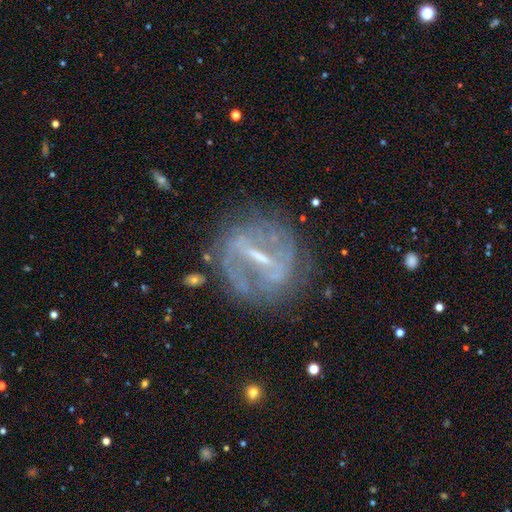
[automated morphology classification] This appears to be a featured or disk galaxy (80%) with a strong bar (70%), 2 (60%) tight (41%) spiral arms (70%) and a small central bulge (65%). Merging: none (76%).